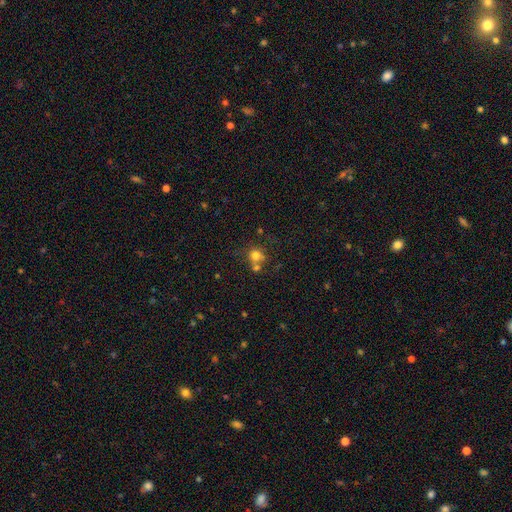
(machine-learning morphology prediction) type=smooth (74%); roundness=round (83%); merging=none (49%).